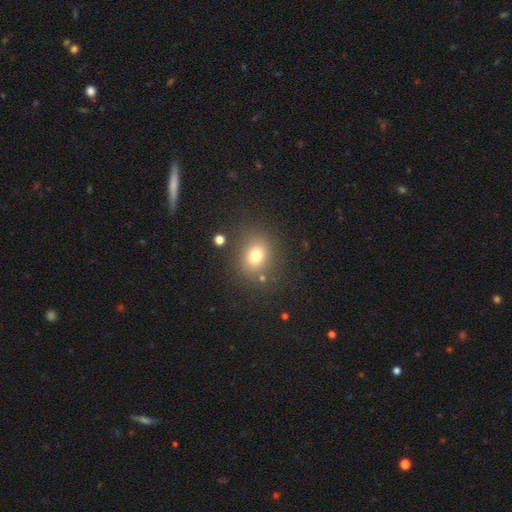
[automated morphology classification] Smooth or featured? Predicted: smooth (p=0.75). How rounded? Predicted: round (p=0.62). Merging? Predicted: none (p=0.79).